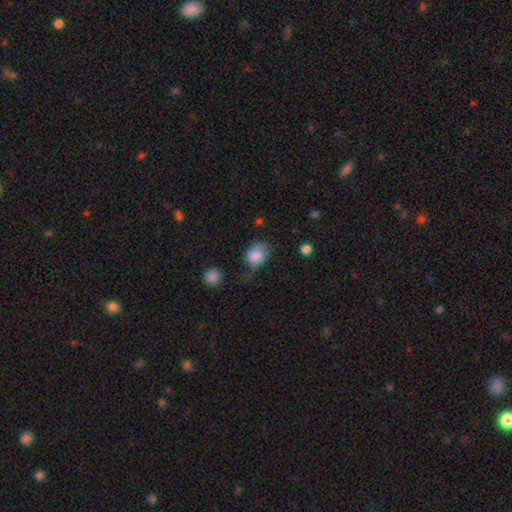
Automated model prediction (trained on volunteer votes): Overall: smooth (80%). How rounded: in between (62%; round 37%). Merging: none (42%; minor disturbance 34%).